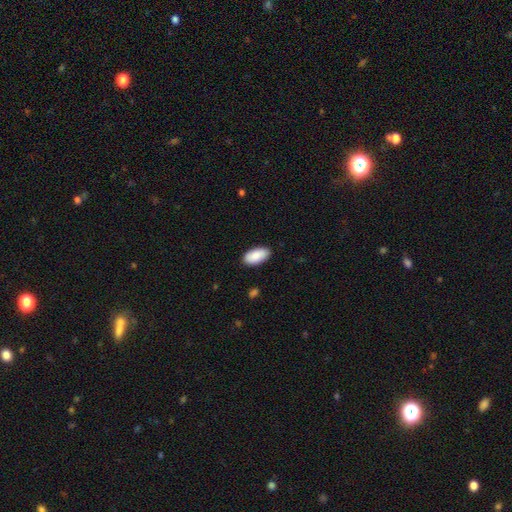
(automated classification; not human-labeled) Overall: smooth (88%). How rounded: in between (95%). Merging: none (87%).